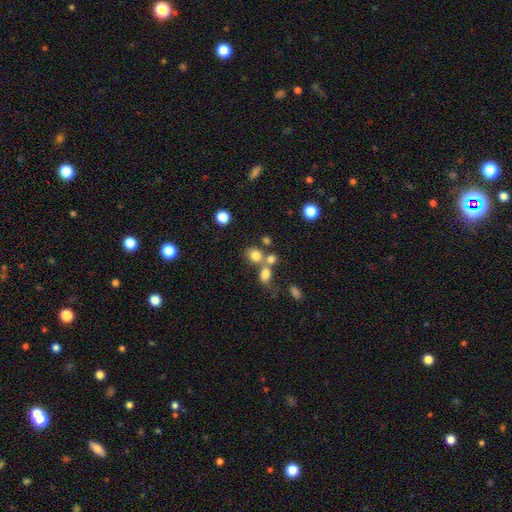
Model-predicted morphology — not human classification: smooth 77%, star or artifact 13%, featured or disk 10%. Down the decision tree: how rounded — round (70%); merging — none (47%).